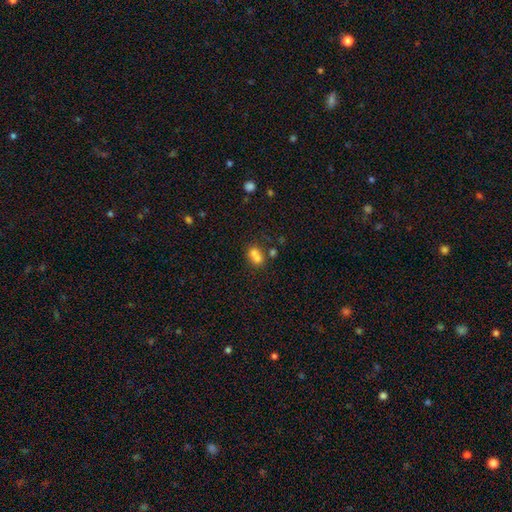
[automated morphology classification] smooth 69%, featured or disk 18%, star or artifact 14%. Down the decision tree: how rounded — round (59%); merging — merger (63%).